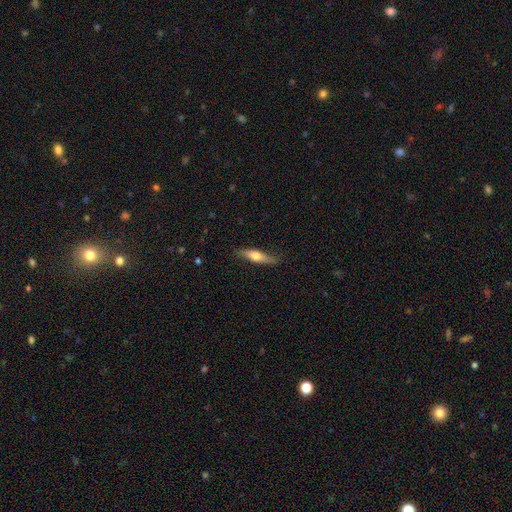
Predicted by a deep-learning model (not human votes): Overall: smooth (51%; featured or disk 43%). How rounded: cigar-shaped (74%). Merging: none (79%).